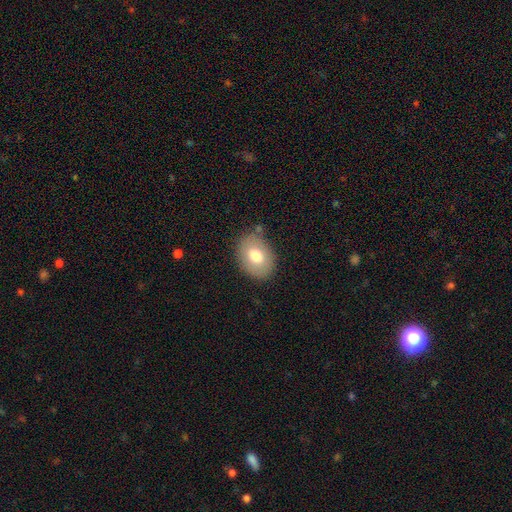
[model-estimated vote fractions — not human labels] Smooth or featured? Predicted: smooth (p=0.73). How rounded? Predicted: in between (p=0.75). Merging? Predicted: none (p=0.80).